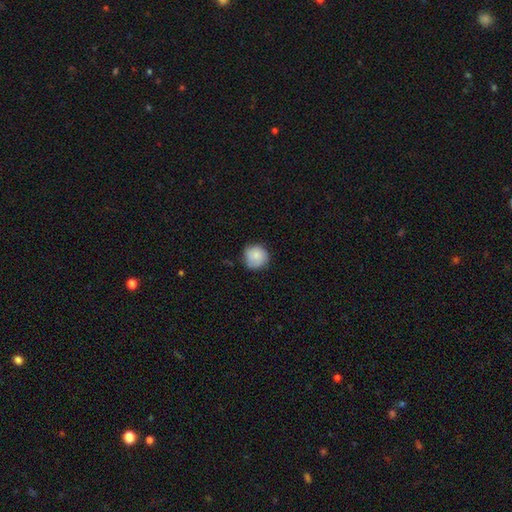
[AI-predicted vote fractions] This appears to be a smooth galaxy with no disk features (82%) that is round (93%). Merging: none (77%).